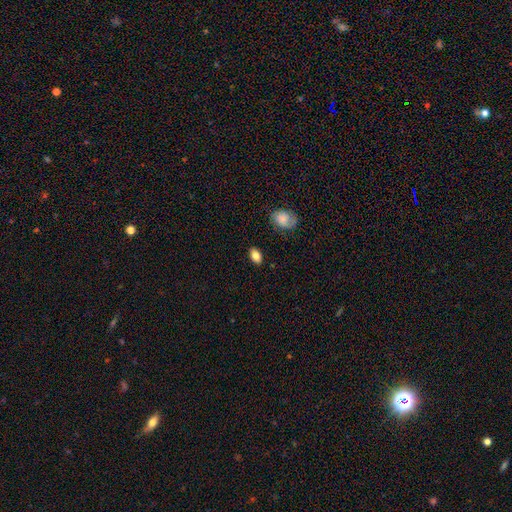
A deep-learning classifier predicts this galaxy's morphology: The model was most divided on "smooth or featured": smooth: 82%, featured or disk: 10%, star or artifact: 8%. More confident: how rounded — in between (89%); merging — none (86%).